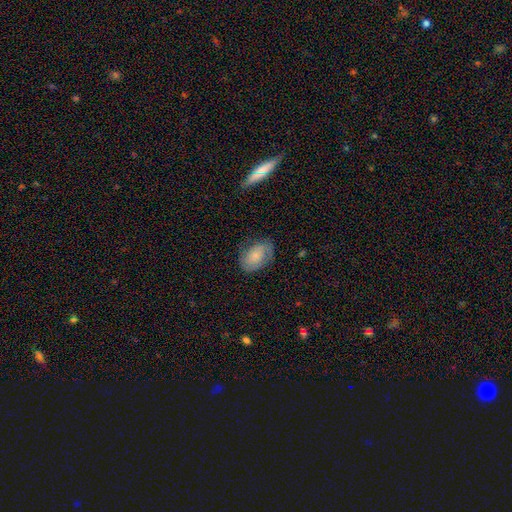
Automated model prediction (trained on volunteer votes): Overall: smooth (57%; featured or disk 35%). How rounded: in between (86%). Merging: none (67%).